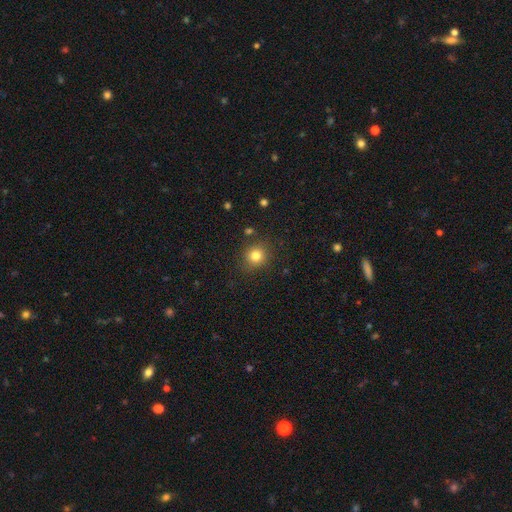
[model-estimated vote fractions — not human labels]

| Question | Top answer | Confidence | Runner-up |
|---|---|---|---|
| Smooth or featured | smooth | 81% | star or artifact (12%) |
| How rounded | round | 86% | in between (13%) |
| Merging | none | 86% | minor disturbance (9%) |